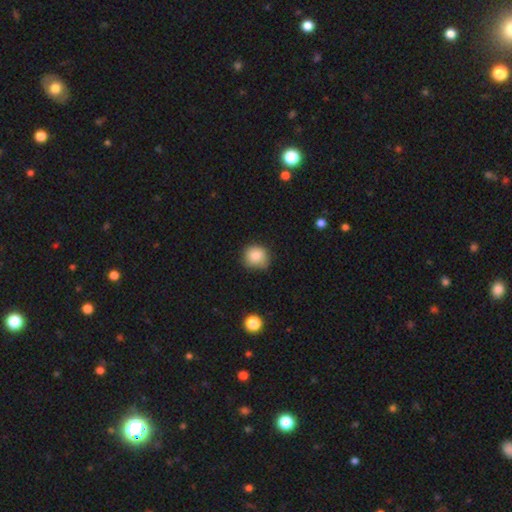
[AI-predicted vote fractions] A smooth galaxy with no disk features (84%) that is round (87%).

Vote fractions:
- Smooth or featured? smooth: 84% / star or artifact: 9% / featured or disk: 7%
- How rounded? round: 87% / in between: 12% / cigar-shaped: 1%
- Merging? none: 72% / minor disturbance: 22% / major disturbance: 4% / merger: 2%